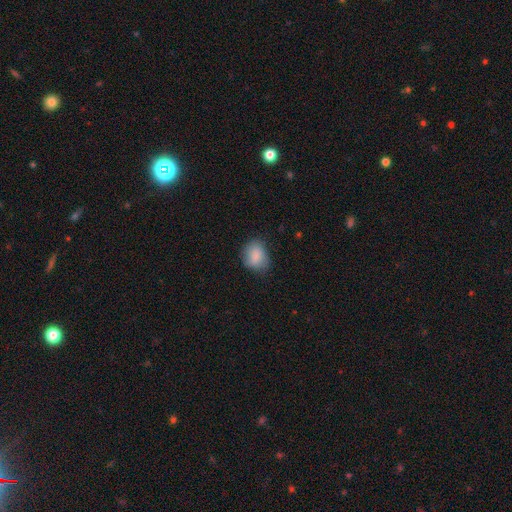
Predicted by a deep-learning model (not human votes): This is clearly a smooth galaxy (84%). How rounded: possibly in between (59%). Merging: likely none (68%).